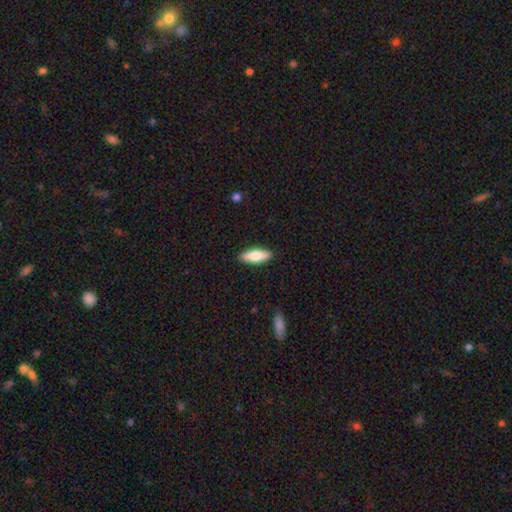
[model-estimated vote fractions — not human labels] Morphology: type=smooth (72%); roundness=in between (62%); merging=none (89%).